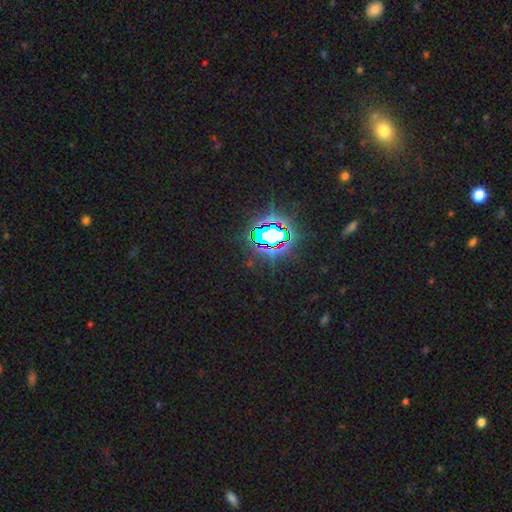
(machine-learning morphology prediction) Smooth or featured? star or artifact (82%)